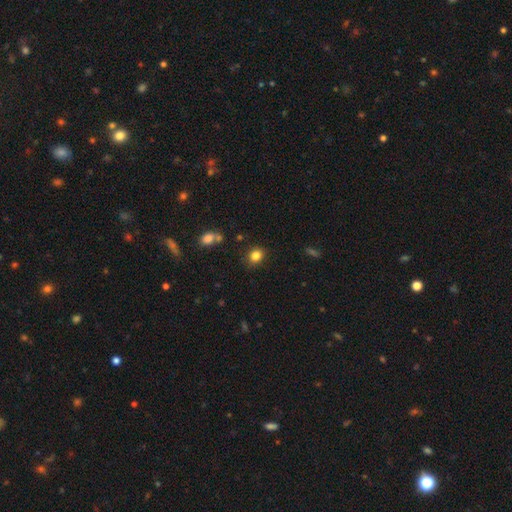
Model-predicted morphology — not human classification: This appears to be a smooth galaxy with no disk features (83%) that is round (64%). Merging: none (84%).